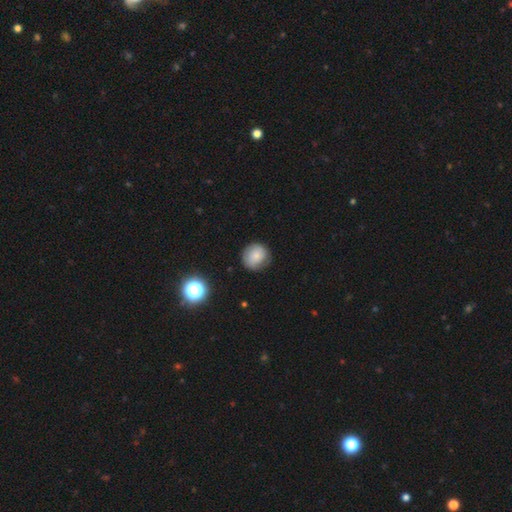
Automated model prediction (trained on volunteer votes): Q: Smooth or featured?
A: smooth (75%); runner-up: featured or disk (15%)
Q: How rounded?
A: round (88%); runner-up: in between (12%)
Q: Merging?
A: none (74%); runner-up: minor disturbance (20%)